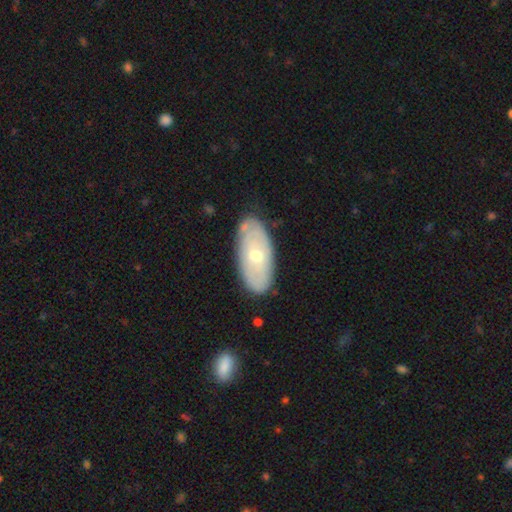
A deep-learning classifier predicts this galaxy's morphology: Q: Smooth or featured?
A: featured or disk (52%); runner-up: smooth (42%)
Q: Edge-on disk?
A: no (86%); runner-up: yes (14%)
Q: Merging?
A: none (79%); runner-up: minor disturbance (15%)